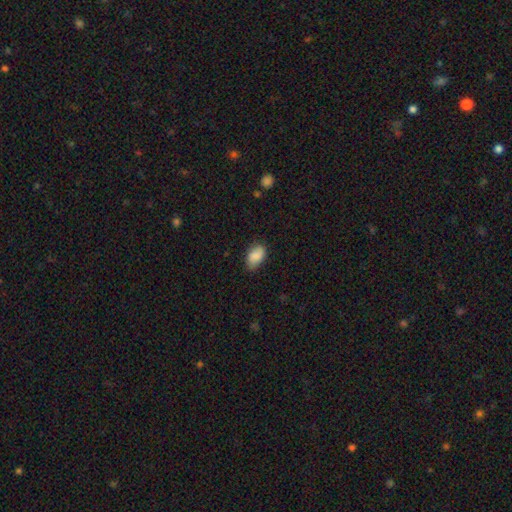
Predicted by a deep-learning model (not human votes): Smooth or featured? Predicted: smooth (p=0.87). How rounded? Predicted: in between (p=0.91). Merging? Predicted: none (p=0.75).